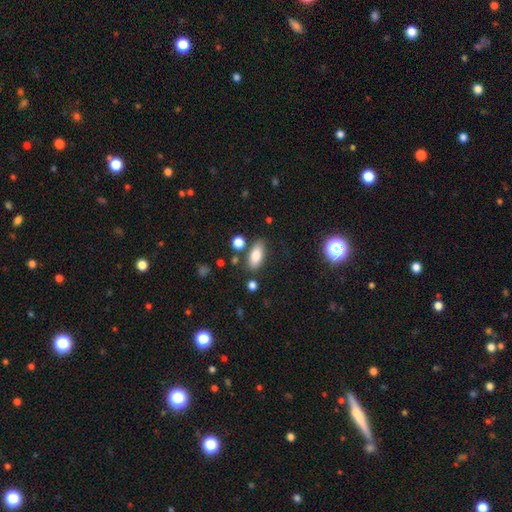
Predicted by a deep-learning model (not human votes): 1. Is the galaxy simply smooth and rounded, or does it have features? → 80% smooth, 11% featured or disk, 9% star or artifact.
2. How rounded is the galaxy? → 82% in between, 13% cigar-shaped, 4% round.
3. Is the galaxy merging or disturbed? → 78% none, 13% minor disturbance, 6% merger, 4% major disturbance.